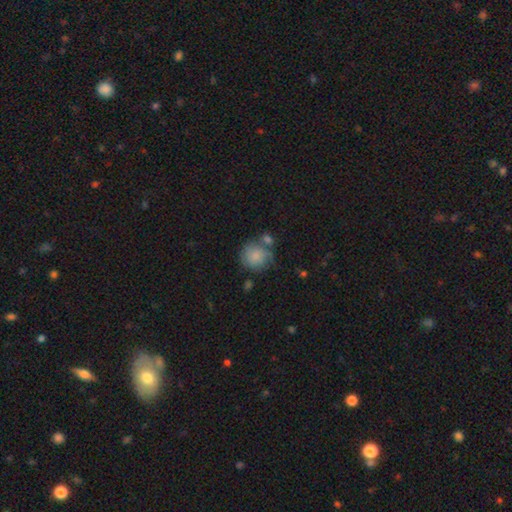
smooth-or-featured: smooth: 84% | featured or disk: 11% | star or artifact: 5%
  how-rounded: round: 97% | in between: 3% | cigar-shaped: 0%
  merging: none: 43% | minor disturbance: 29% | merger: 23% | major disturbance: 6%